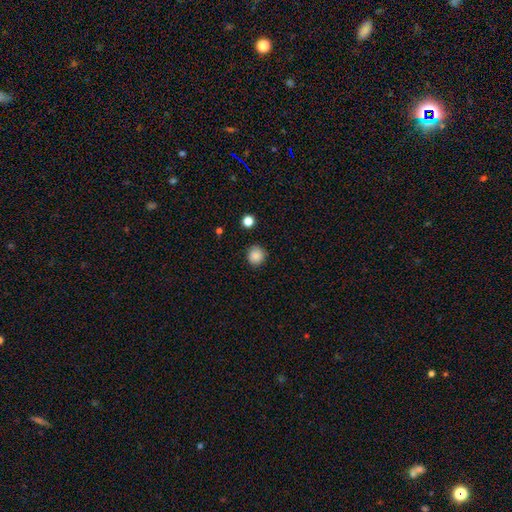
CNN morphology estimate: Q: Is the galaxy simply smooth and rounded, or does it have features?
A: smooth — 87%.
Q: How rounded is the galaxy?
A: round — 90%.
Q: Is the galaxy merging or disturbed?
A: none — 88%.